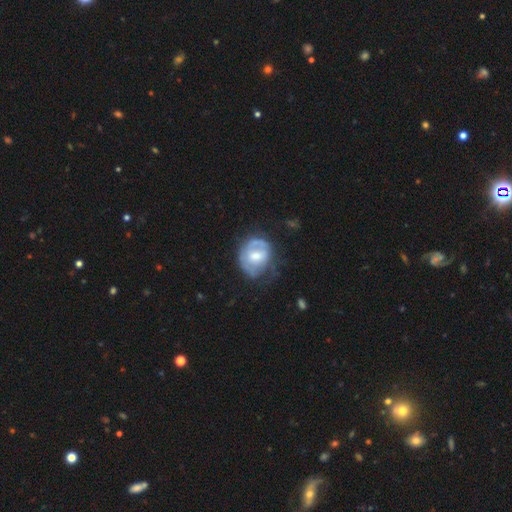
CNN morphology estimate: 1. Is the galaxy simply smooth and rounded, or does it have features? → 51% featured or disk, 42% smooth, 7% star or artifact.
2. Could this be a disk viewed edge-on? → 97% no, 3% yes.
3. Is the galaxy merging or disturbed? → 44% none, 31% minor disturbance, 22% major disturbance, 3% merger.